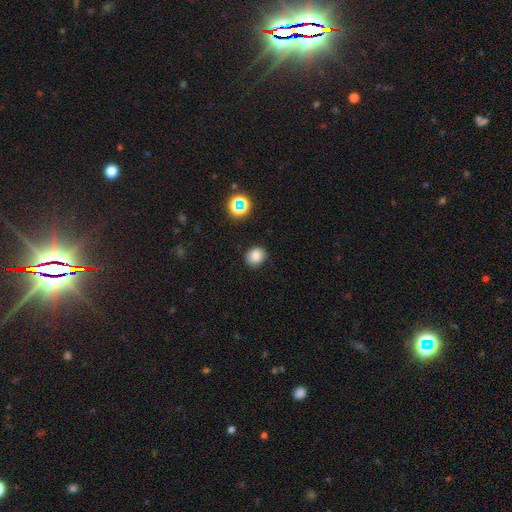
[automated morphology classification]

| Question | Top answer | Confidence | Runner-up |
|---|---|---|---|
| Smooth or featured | smooth | 82% | star or artifact (13%) |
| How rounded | round | 65% | in between (35%) |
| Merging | none | 87% | minor disturbance (9%) |